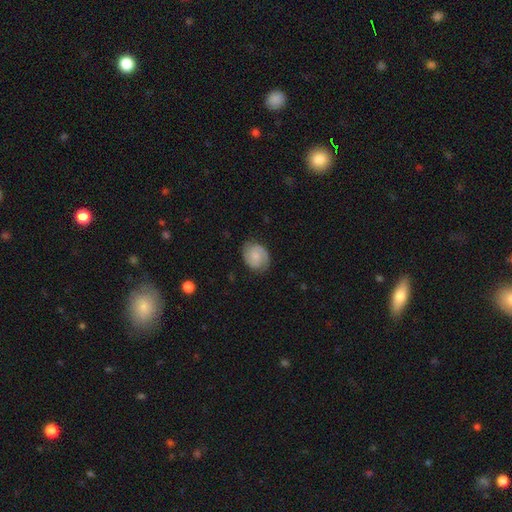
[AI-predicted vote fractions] This appears to be a featured or disk galaxy (65%) with no bar (63%), 2 (85%) tight (50%) spiral arms (94%) and a small central bulge (47%). Merging: none (80%).